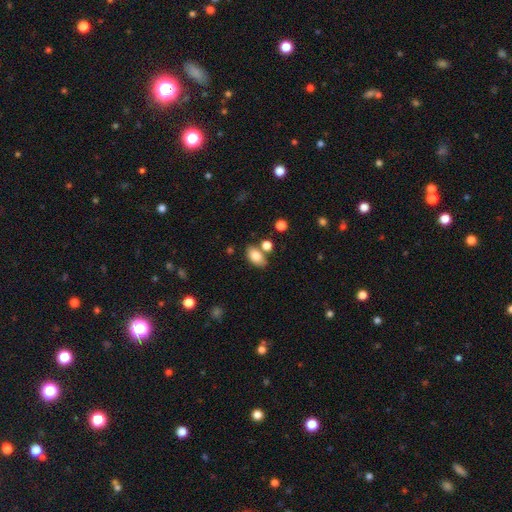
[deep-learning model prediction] A smooth galaxy with no disk features (82%) that is in between round and cigar-shaped (90%).

Vote fractions:
- Smooth or featured? smooth: 82% / featured or disk: 10% / star or artifact: 9%
- How rounded? in between: 90% / round: 8% / cigar-shaped: 2%
- Merging? none: 68% / merger: 15% / minor disturbance: 13% / major disturbance: 4%